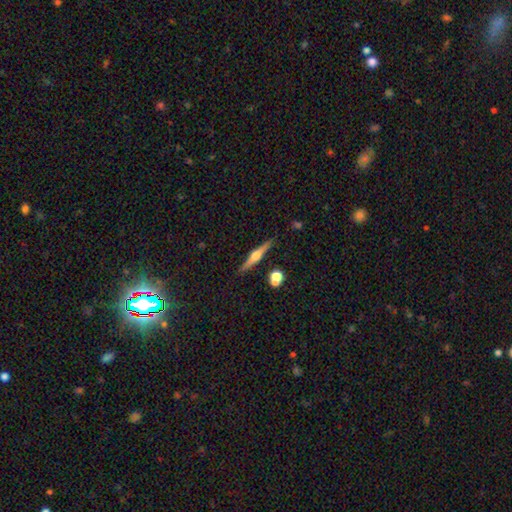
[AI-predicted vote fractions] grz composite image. It shows a featured or disk galaxy (75%) viewed edge-on (98%) with a rounded central bulge (92%). Merging: none (88%).